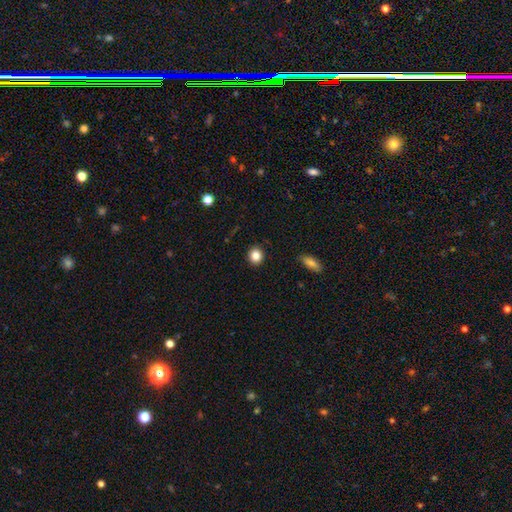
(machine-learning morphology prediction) type=smooth (85%); roundness=round (84%); merging=none (91%).